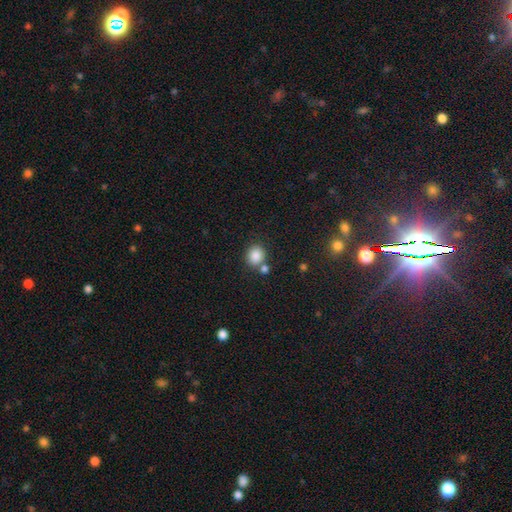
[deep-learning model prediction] Smooth or featured? Predicted: smooth (p=0.85). How rounded? Predicted: round (p=0.72). Merging? Predicted: none (p=0.66).